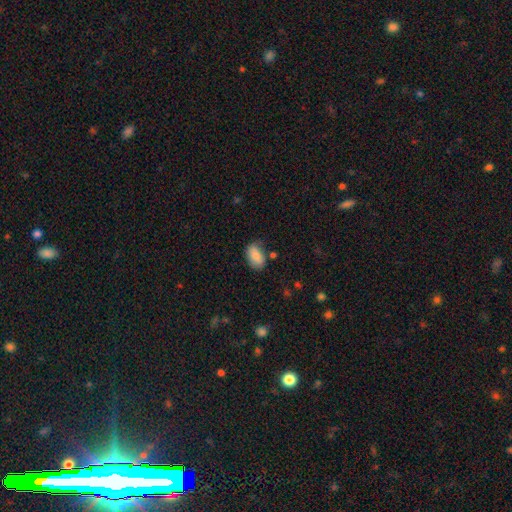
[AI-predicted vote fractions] This is clearly a smooth galaxy (83%). How rounded: clearly in between (91%). Merging: likely none (74%).